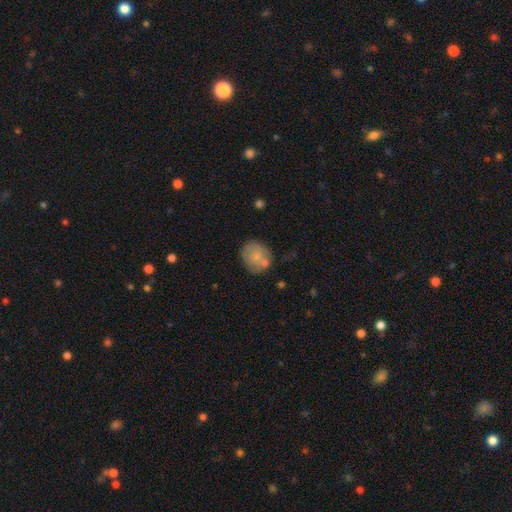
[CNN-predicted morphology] smooth_or_featured: smooth (p=0.69) [alt: featured or disk p=0.24]
how_rounded: round (p=0.74) [alt: in between p=0.25]
merging: none (p=0.55) [alt: minor disturbance p=0.21]